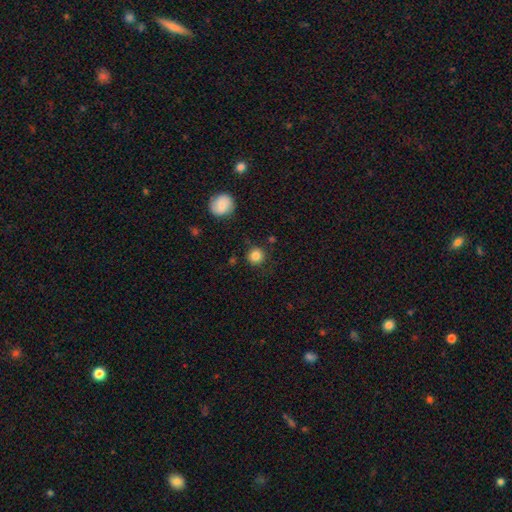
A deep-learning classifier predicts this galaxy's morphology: This is clearly a smooth galaxy (84%). How rounded: clearly round (93%). Merging: clearly none (86%).